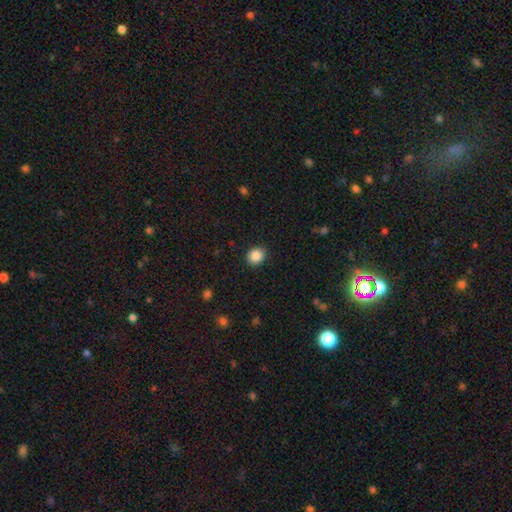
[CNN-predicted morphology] A smooth galaxy with no disk features (87%) that is round (71%). Merging: none (89%).